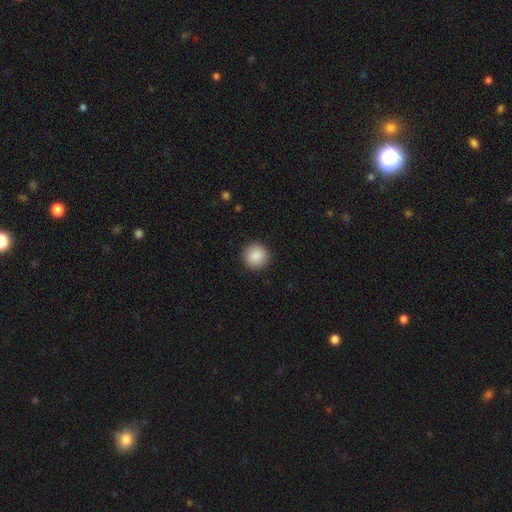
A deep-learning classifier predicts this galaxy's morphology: This is clearly a smooth galaxy (88%). How rounded: clearly round (95%). Merging: clearly none (92%).